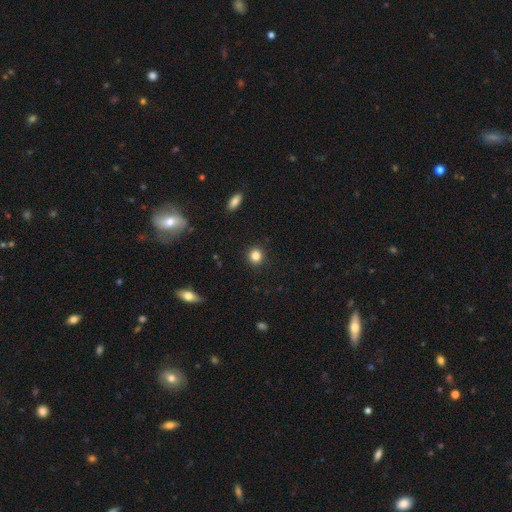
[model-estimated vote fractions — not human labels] Smooth or featured: smooth — 84% (star or artifact — 11%)
How rounded: round — 88% (in between — 11%)
Merging: none — 91% (minor disturbance — 6%)